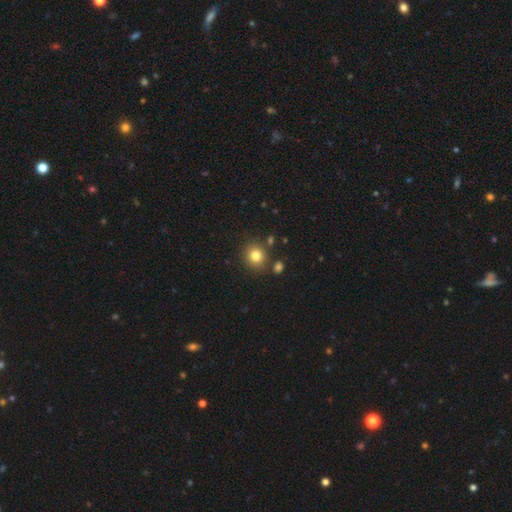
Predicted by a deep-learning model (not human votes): Smooth or featured?
  - smooth: 80% *
  - star or artifact: 12%
  - featured or disk: 7%
How rounded?
  - round: 81% *
  - in between: 18%
  - cigar-shaped: 1%
Merging?
  - none: 81% *
  - minor disturbance: 9%
  - merger: 7%
  - major disturbance: 3%